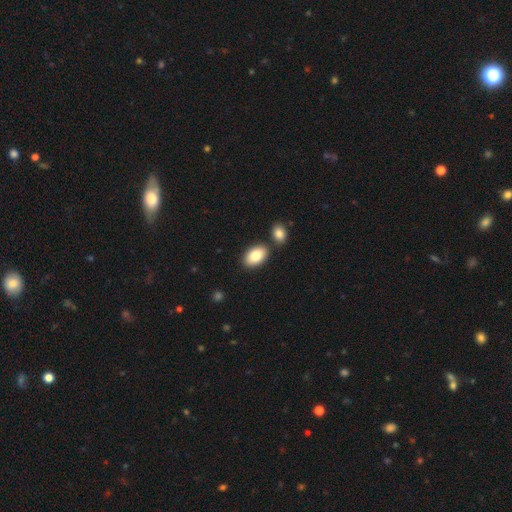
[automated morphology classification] Q: Smooth or featured?
A: smooth (83%); runner-up: featured or disk (10%)
Q: How rounded?
A: in between (91%); runner-up: round (7%)
Q: Merging?
A: none (77%); runner-up: merger (12%)